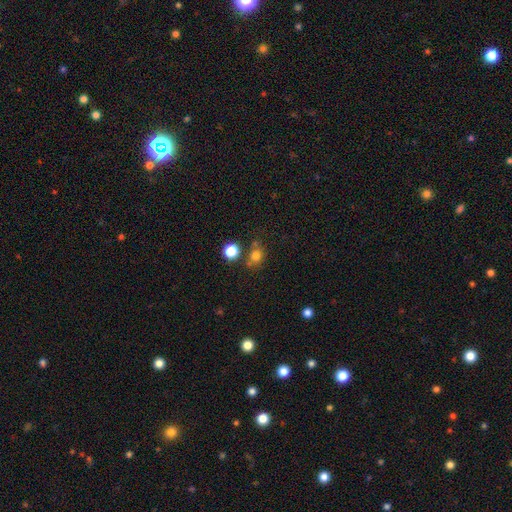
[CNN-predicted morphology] Smooth or featured? smooth (76%)
How rounded? round (73%)
Merging? none (62%)